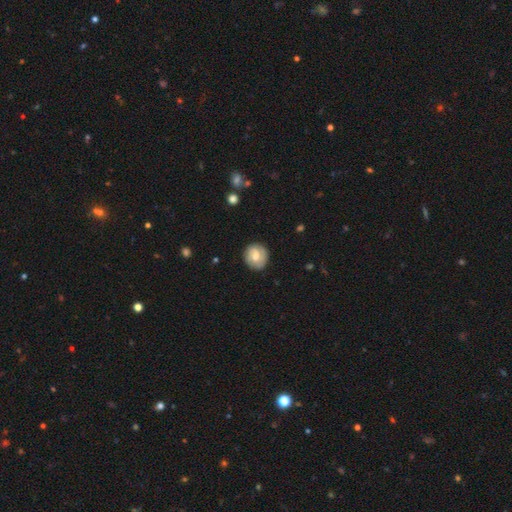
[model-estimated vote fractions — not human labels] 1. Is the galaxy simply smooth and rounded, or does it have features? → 54% smooth, 39% featured or disk, 7% star or artifact.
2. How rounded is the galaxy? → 79% round, 20% in between, 1% cigar-shaped.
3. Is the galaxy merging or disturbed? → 79% none, 16% minor disturbance, 4% major disturbance, 1% merger.